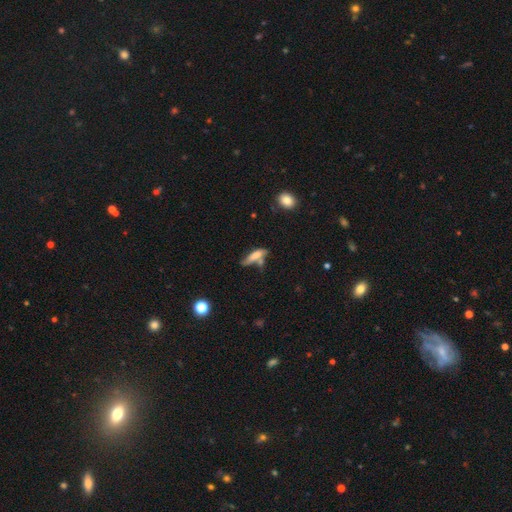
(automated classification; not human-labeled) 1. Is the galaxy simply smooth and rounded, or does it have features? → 64% smooth, 27% featured or disk, 9% star or artifact.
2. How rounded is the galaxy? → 62% cigar-shaped, 35% in between, 3% round.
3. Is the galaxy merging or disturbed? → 43% none, 24% merger, 23% minor disturbance, 11% major disturbance.